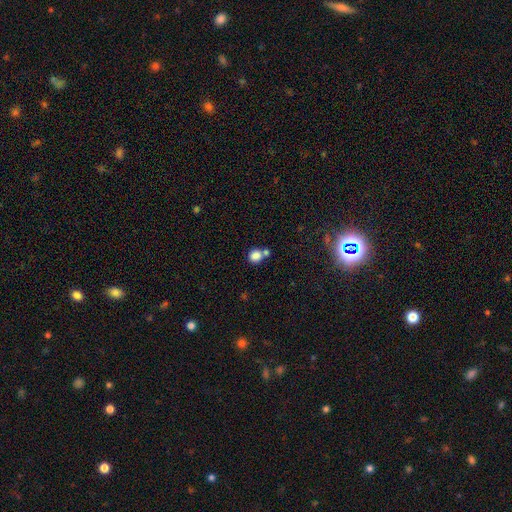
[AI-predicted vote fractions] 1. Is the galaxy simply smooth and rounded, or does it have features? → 84% smooth, 11% star or artifact, 5% featured or disk.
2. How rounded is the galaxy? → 80% round, 19% in between, 1% cigar-shaped.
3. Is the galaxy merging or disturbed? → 56% none, 30% merger, 10% minor disturbance, 4% major disturbance.